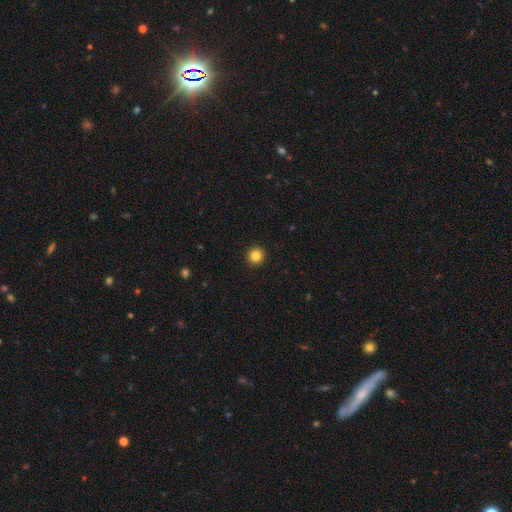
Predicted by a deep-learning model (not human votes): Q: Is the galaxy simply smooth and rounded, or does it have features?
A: smooth — 84%.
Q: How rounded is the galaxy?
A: round — 95%.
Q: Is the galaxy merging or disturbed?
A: none — 94%.